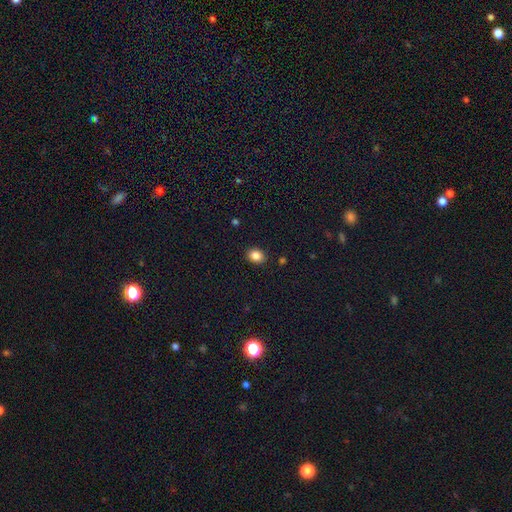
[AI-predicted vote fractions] A smooth galaxy with no disk features (86%) that is in between round and cigar-shaped (54%).

Vote fractions:
- Smooth or featured? smooth: 86% / star or artifact: 10% / featured or disk: 4%
- How rounded? in between: 54% / round: 45% / cigar-shaped: 1%
- Merging? none: 89% / minor disturbance: 7% / major disturbance: 2% / merger: 1%